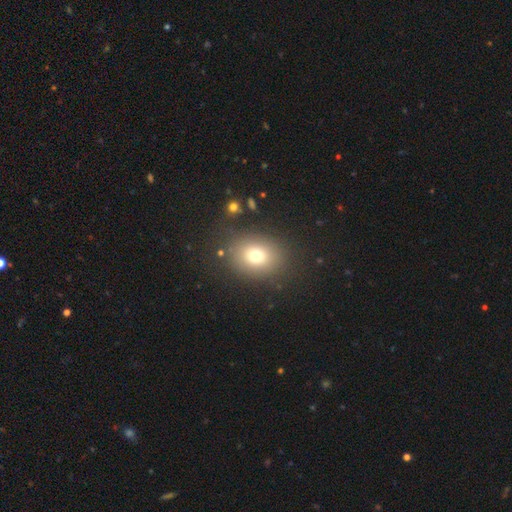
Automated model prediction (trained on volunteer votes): smooth_or_featured: smooth (p=0.73) [alt: star or artifact p=0.15]
how_rounded: round (p=0.56) [alt: in between p=0.43]
merging: none (p=0.84) [alt: minor disturbance p=0.09]